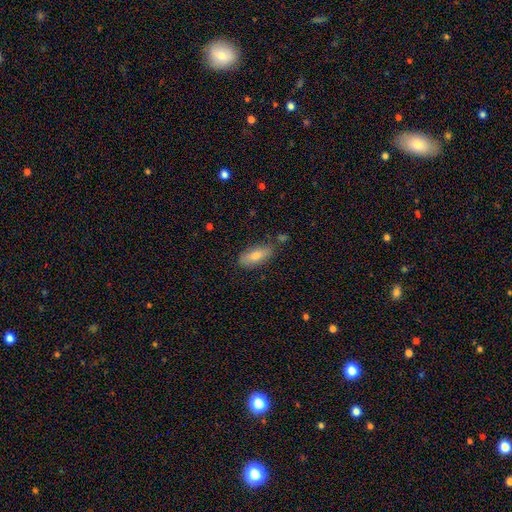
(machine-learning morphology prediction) This is likely a smooth galaxy (71%). How rounded: likely in between (68%). Merging: likely none (79%).